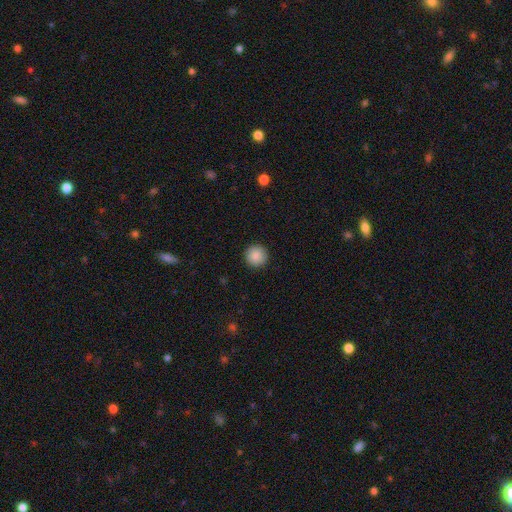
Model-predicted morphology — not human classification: Overall: smooth (88%). How rounded: round (96%). Merging: none (92%).